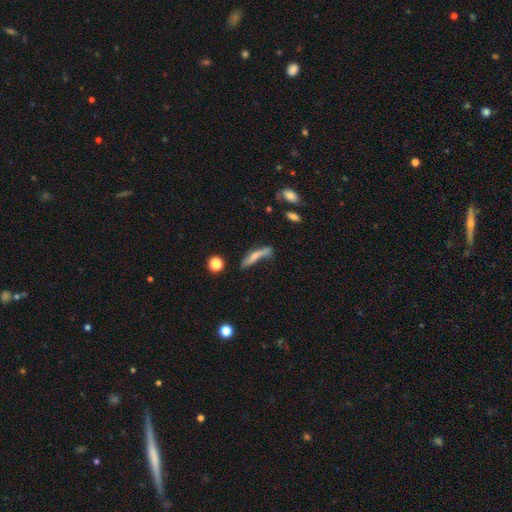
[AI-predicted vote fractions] smooth-or-featured: smooth: 58% | featured or disk: 32% | star or artifact: 9%
  how-rounded: cigar-shaped: 80% | in between: 17% | round: 3%
  merging: none: 40% | minor disturbance: 29% | major disturbance: 20% | merger: 11%